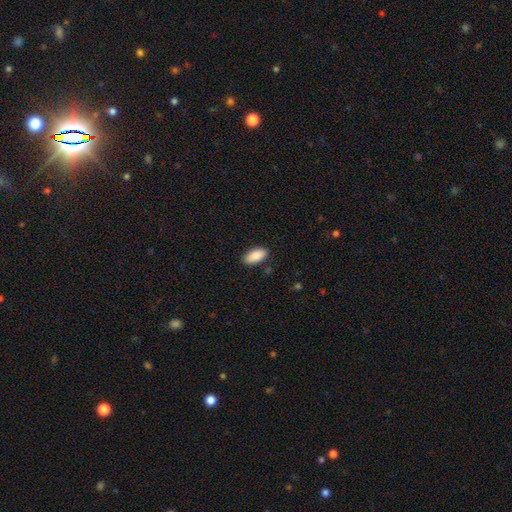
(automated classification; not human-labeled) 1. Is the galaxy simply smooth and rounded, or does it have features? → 90% smooth, 6% star or artifact, 4% featured or disk.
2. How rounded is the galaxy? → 92% in between, 6% cigar-shaped, 2% round.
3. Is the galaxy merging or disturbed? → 88% none, 9% minor disturbance, 2% major disturbance, 1% merger.